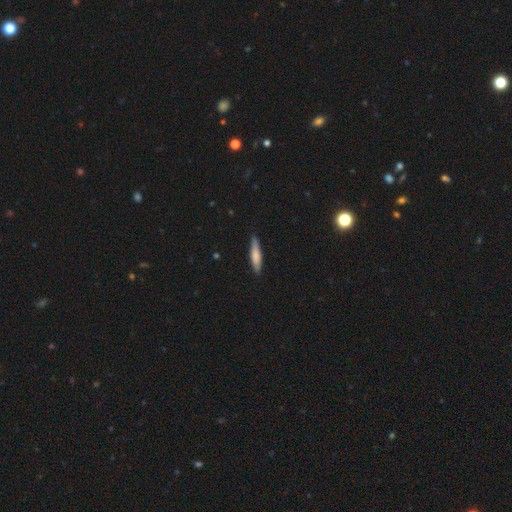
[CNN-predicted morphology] Smooth or featured? Predicted: smooth (p=0.72). How rounded? Predicted: cigar-shaped (p=0.83). Merging? Predicted: none (p=0.85).